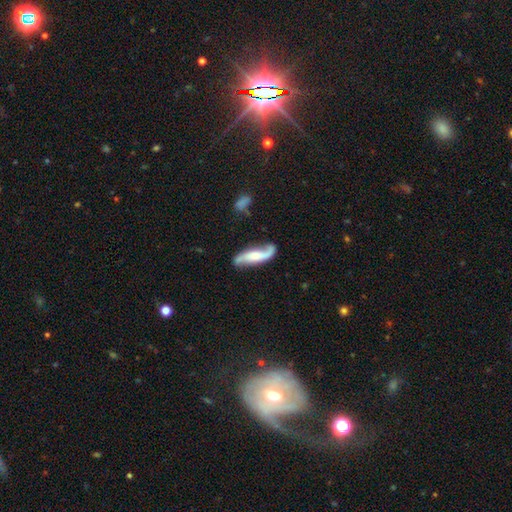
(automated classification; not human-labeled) Overall: featured or disk (74%). Edge-on disk: no (85%). Bar: no (50%; weak 31%). Spiral arms: yes (94%). Spiral arm count: 2 (88%). Spiral winding: loose (72%). Bulge size: moderate (40%; small 28%). Merging: none (70%).